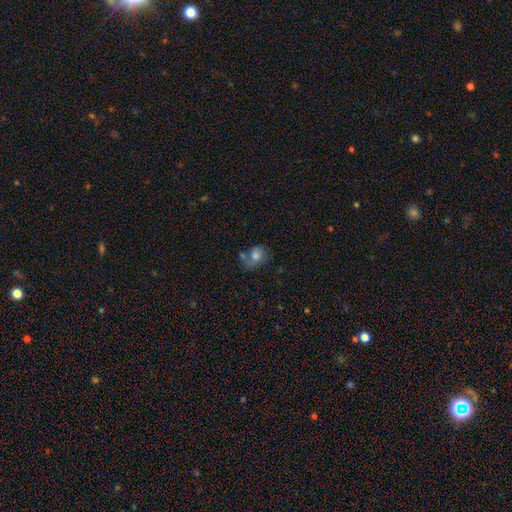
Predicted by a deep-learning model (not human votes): This appears to be a smooth galaxy with no disk features (71%) that is in between round and cigar-shaped (57%). Merging: none (41%).